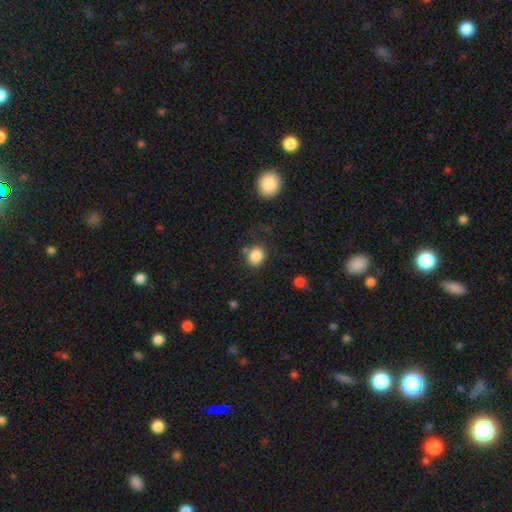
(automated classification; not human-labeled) The model was most divided on "how rounded": round: 64%, in between: 36%, cigar-shaped: 1%. More confident: smooth or featured — smooth (86%); merging — none (74%).